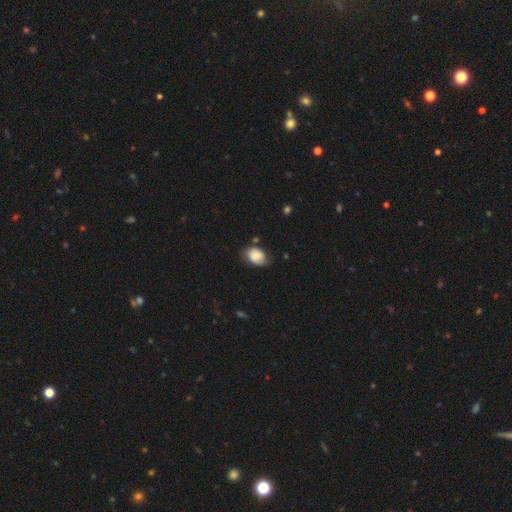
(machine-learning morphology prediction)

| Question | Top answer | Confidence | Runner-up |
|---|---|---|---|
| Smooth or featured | smooth | 69% | featured or disk (23%) |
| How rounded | in between | 73% | round (25%) |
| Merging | none | 56% | minor disturbance (32%) |